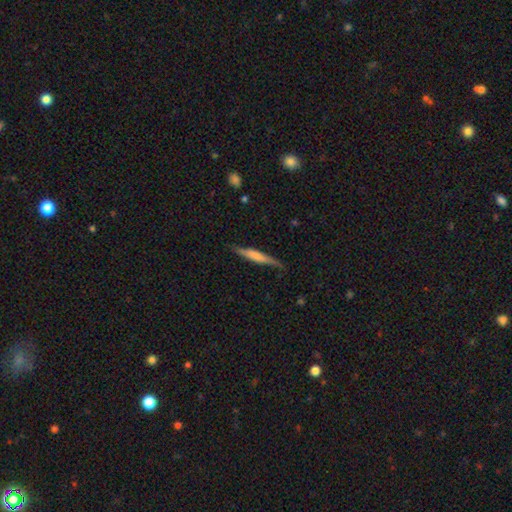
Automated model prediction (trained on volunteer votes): Smooth or featured: smooth — 50% (featured or disk — 44%)
How rounded: cigar-shaped — 91% (in between — 7%)
Merging: none — 80% (minor disturbance — 15%)